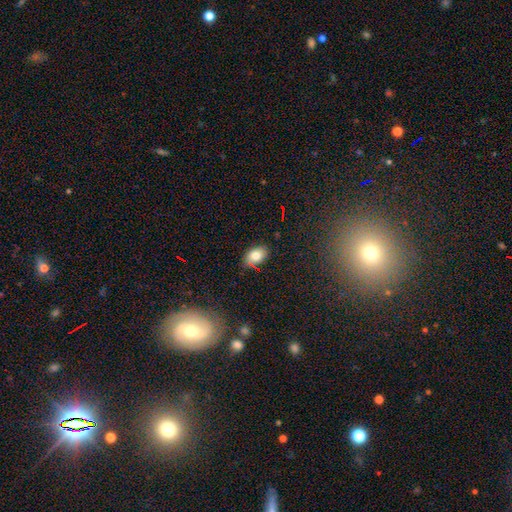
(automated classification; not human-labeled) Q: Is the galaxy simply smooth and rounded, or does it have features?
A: smooth — 79%.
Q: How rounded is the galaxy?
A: in between — 84%.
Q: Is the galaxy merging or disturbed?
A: none — 79%.